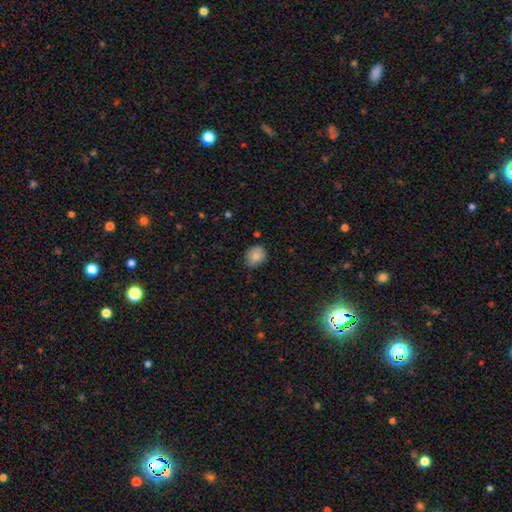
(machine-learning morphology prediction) This is clearly a smooth galaxy (84%). How rounded: likely round (65%). Merging: likely none (79%).